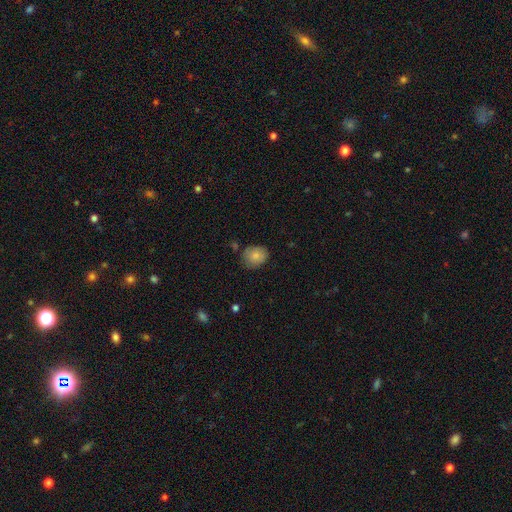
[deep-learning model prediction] Overall: smooth (84%). How rounded: in between (51%; round 49%). Merging: none (72%).